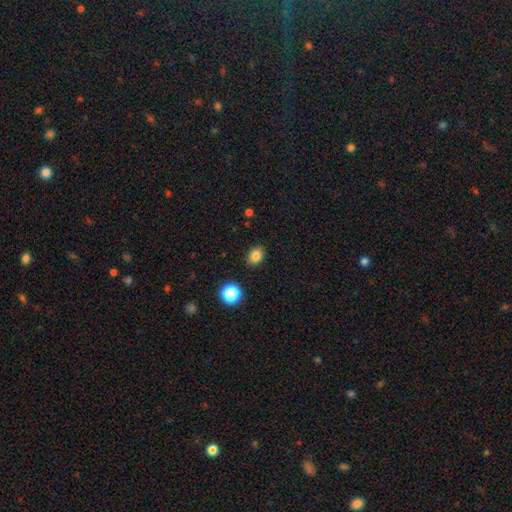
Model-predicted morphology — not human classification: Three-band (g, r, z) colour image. It shows a smooth galaxy with no disk features (82%) that is in between round and cigar-shaped (57%). Merging: none (89%).